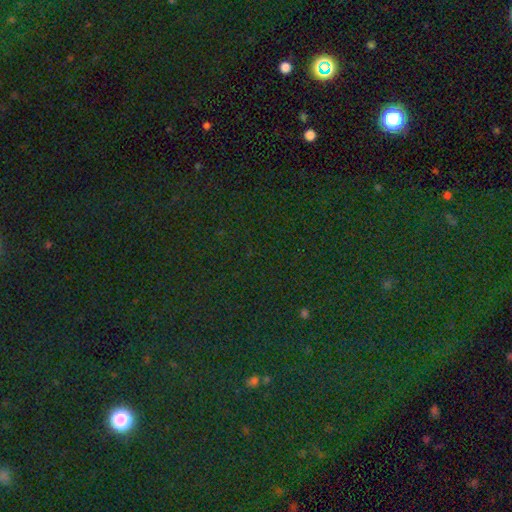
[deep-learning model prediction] A star or artifact, not a galaxy (78%).

Vote fractions:
- Smooth or featured? star or artifact: 78% / smooth: 14% / featured or disk: 8%